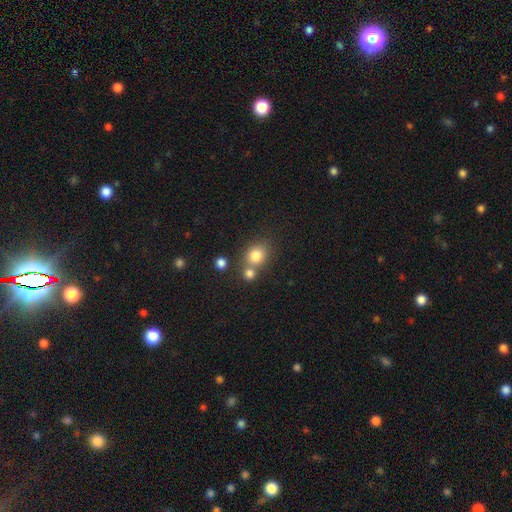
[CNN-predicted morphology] Smooth or featured?
  - smooth: 80% *
  - star or artifact: 12%
  - featured or disk: 8%
How rounded?
  - round: 72% *
  - in between: 27%
  - cigar-shaped: 1%
Merging?
  - none: 54% *
  - merger: 33%
  - minor disturbance: 9%
  - major disturbance: 3%